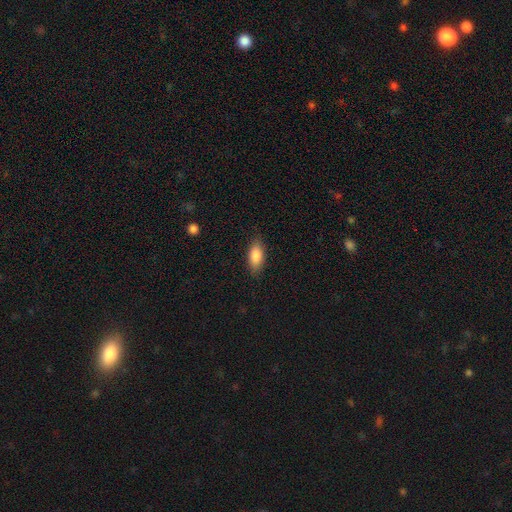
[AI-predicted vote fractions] smooth-or-featured: smooth: 85% | featured or disk: 8% | star or artifact: 7%
  how-rounded: in between: 87% | cigar-shaped: 10% | round: 3%
  merging: none: 85% | minor disturbance: 12% | major disturbance: 3% | merger: 1%